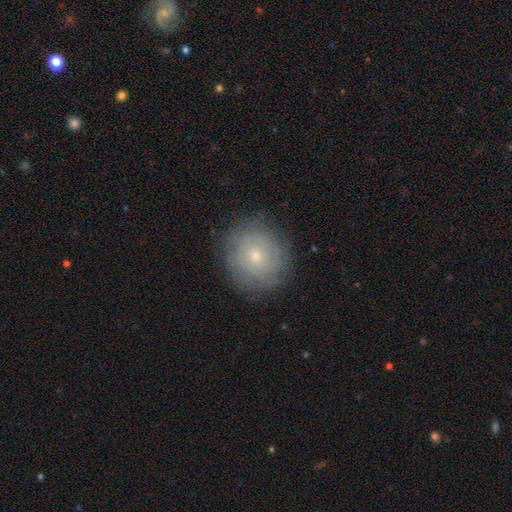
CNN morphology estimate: smooth 48%, featured or disk 42%, star or artifact 11%. Down the decision tree: merging — none (83%).